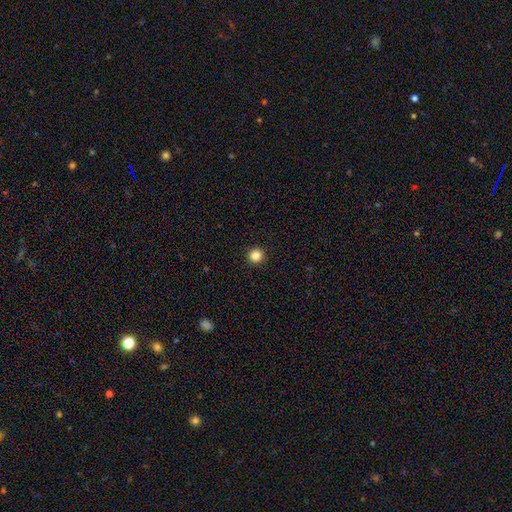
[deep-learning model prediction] This is clearly a smooth galaxy (85%). How rounded: clearly round (96%). Merging: clearly none (94%).